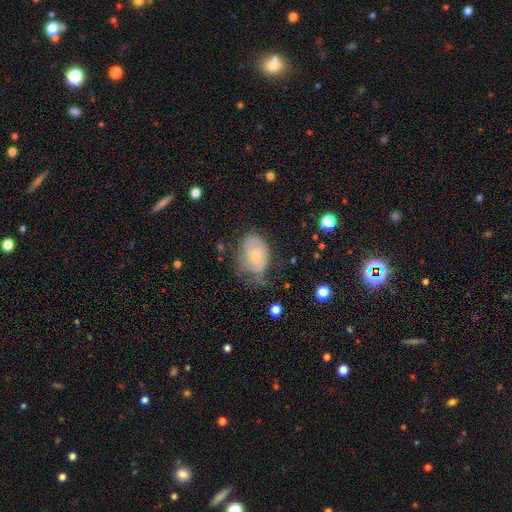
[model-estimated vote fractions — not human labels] The model was most divided on "merging" (2-way tie): none: 36%, minor disturbance: 36%, major disturbance: 25%, merger: 3%. More confident: edge-on disk — no (96%); bar — no (73%); spiral arms — yes (70%); smooth or featured — featured or disk (59%); bulge size — small (53%).